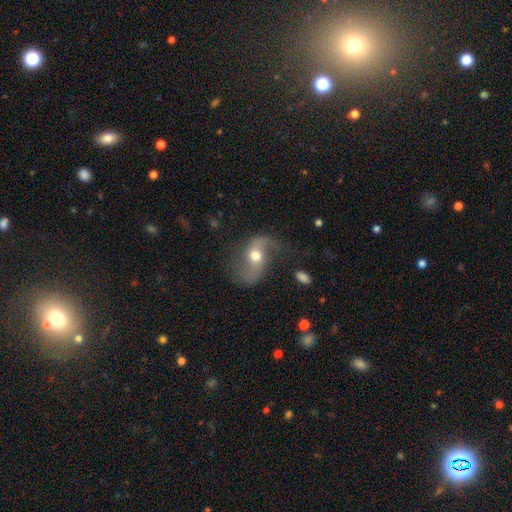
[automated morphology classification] Smooth or featured: featured or disk — 81% (smooth — 12%)
Edge-on disk: no — 97% (yes — 3%)
Bar: no — 53% (weak — 34%)
Spiral arms: yes — 93% (no — 7%)
Spiral winding: loose — 77% (medium — 19%)
Spiral arm count: 2 — 89% (1 — 6%)
Bulge size: moderate — 72% (small — 17%)
Merging: none — 57% (minor disturbance — 22%)